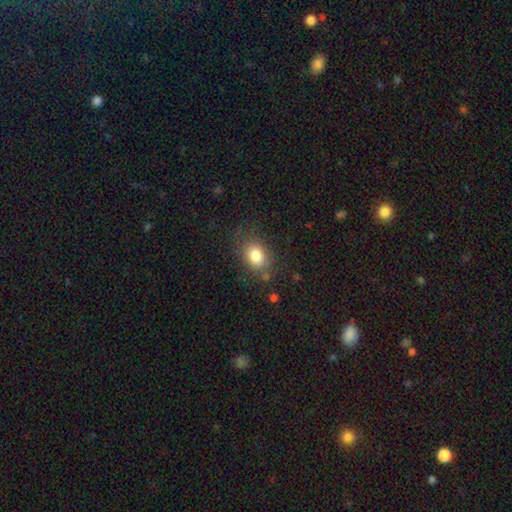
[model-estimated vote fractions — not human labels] Morphology: type=smooth (81%); roundness=in between (72%); merging=none (74%).